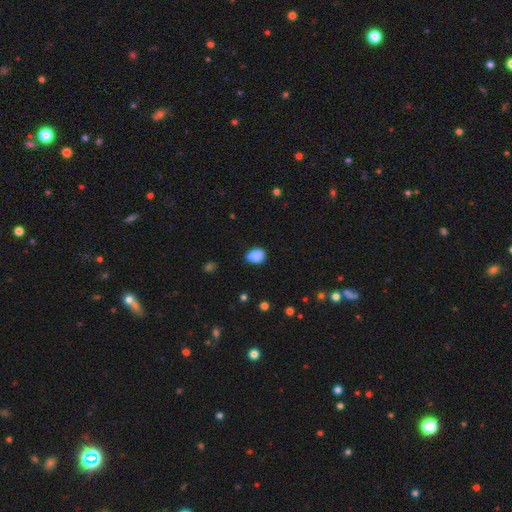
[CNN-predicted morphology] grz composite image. It shows a smooth galaxy with no disk features (86%) that is in between round and cigar-shaped (69%). Merging: none (68%).